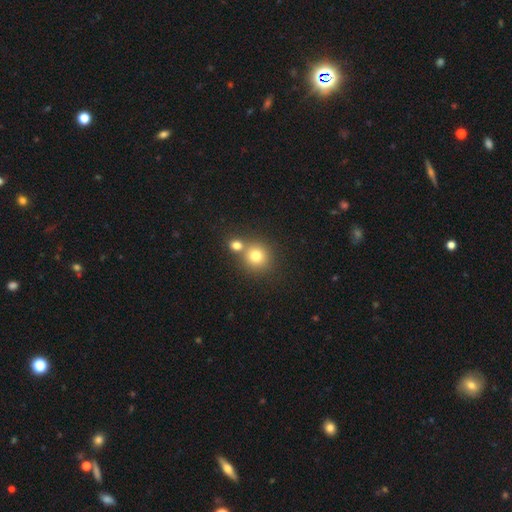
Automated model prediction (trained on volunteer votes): The model was most divided on "merging": none: 57%, merger: 33%, minor disturbance: 7%, major disturbance: 3%. More confident: how rounded — round (89%); smooth or featured — smooth (77%).